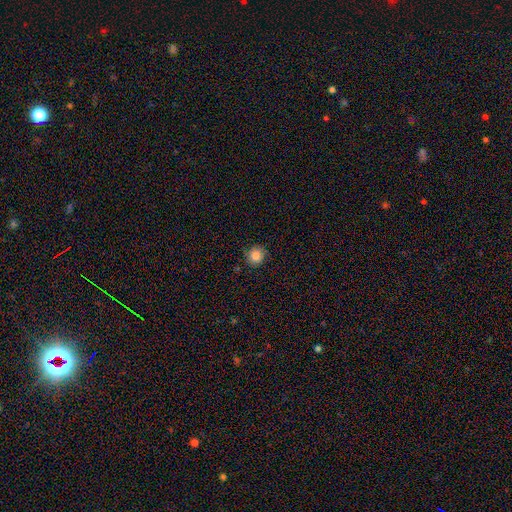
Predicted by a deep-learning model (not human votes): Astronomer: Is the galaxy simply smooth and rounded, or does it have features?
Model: smooth — 84%.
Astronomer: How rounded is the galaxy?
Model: round — 89%.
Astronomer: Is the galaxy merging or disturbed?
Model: none — 84%.